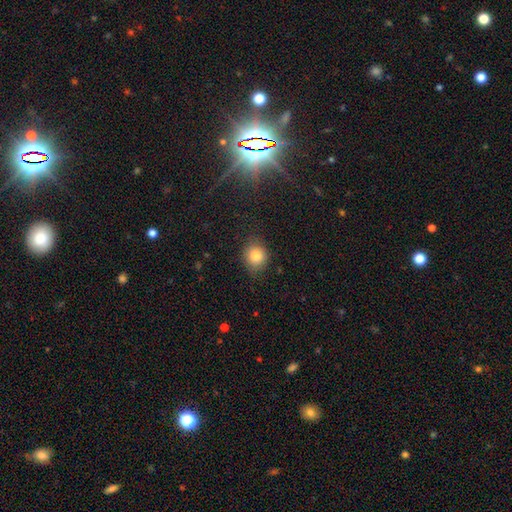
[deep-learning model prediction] smooth 82%, star or artifact 11%, featured or disk 7%. Down the decision tree: how rounded — round (79%); merging — none (80%).